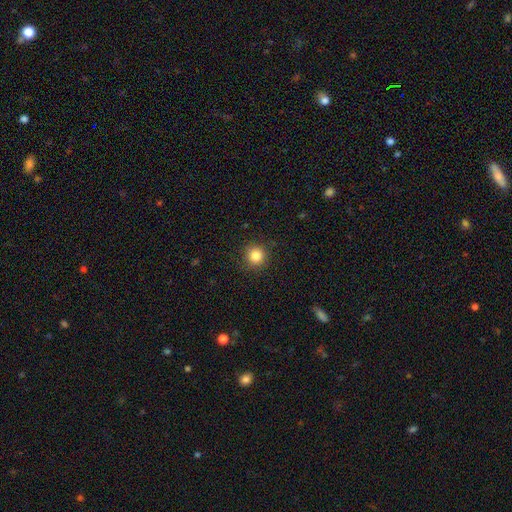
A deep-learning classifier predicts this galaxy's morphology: A smooth galaxy with no disk features (84%) that is round (94%). Merging: none (90%).